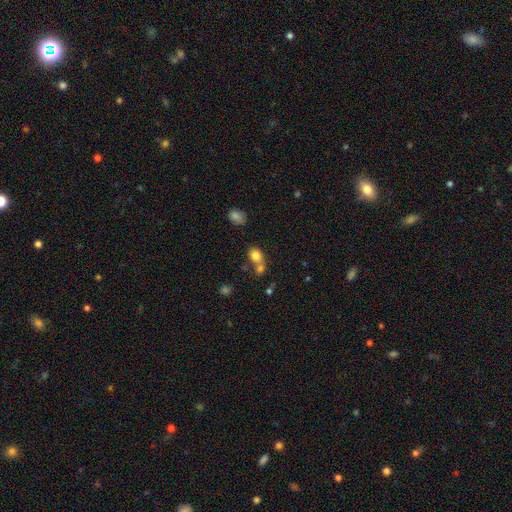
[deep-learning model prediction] Smooth or featured? Predicted: smooth (p=0.79). How rounded? Predicted: round (p=0.50). Merging? Predicted: merger (p=0.45).